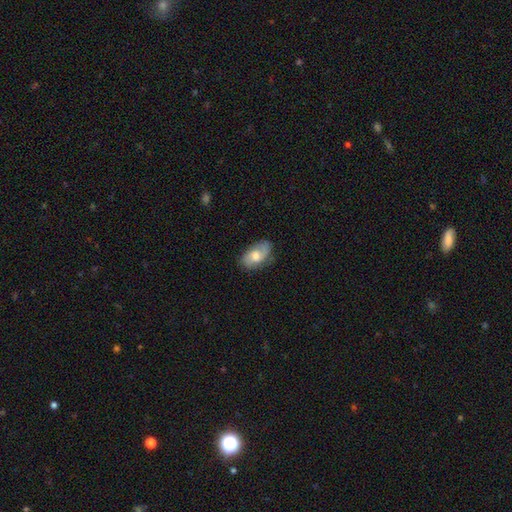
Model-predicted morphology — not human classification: Overall: featured or disk (48%; smooth 44%). Merging: none (71%).